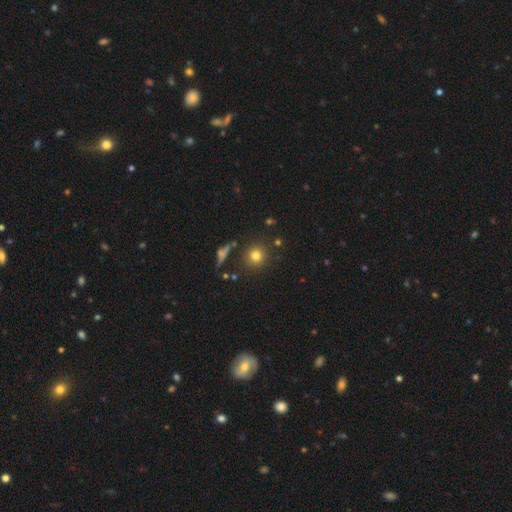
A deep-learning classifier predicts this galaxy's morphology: smooth_or_featured: smooth (p=0.77) [alt: star or artifact p=0.14]
how_rounded: round (p=0.90) [alt: in between p=0.09]
merging: none (p=0.84) [alt: minor disturbance p=0.08]